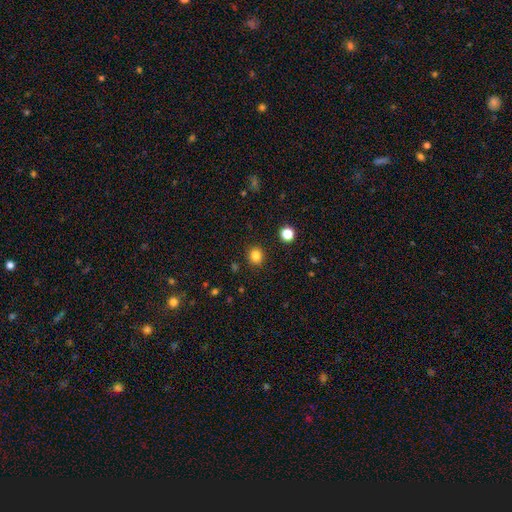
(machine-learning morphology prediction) smooth_or_featured: smooth (p=0.82) [alt: star or artifact p=0.13]
how_rounded: round (p=0.85) [alt: in between p=0.14]
merging: none (p=0.90) [alt: minor disturbance p=0.06]